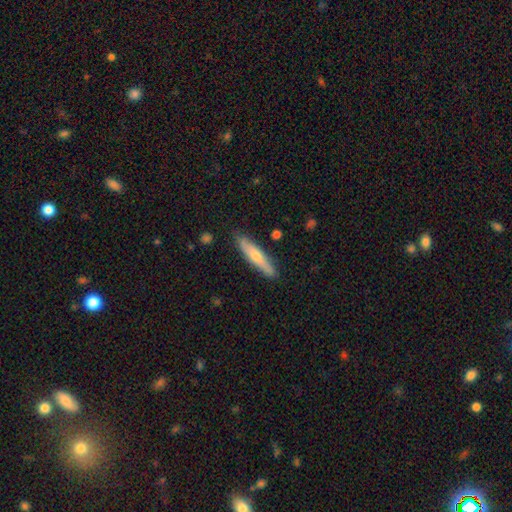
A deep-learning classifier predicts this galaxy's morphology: type=smooth (56%); roundness=cigar-shaped (87%); merging=none (86%).